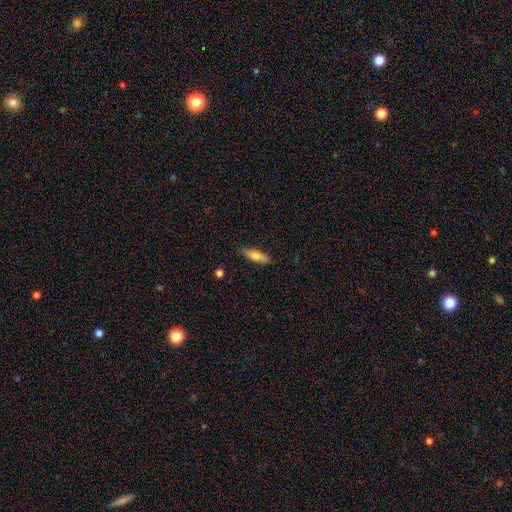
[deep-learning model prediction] Smooth or featured? smooth (71%)
How rounded? cigar-shaped (60%)
Merging? none (87%)